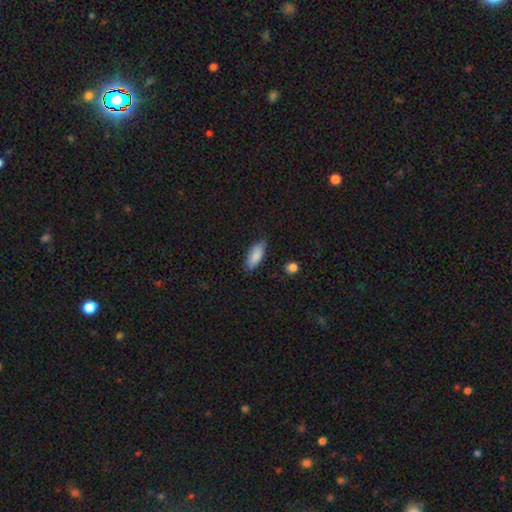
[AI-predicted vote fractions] Smooth or featured? smooth (86%)
How rounded? in between (78%)
Merging? none (79%)